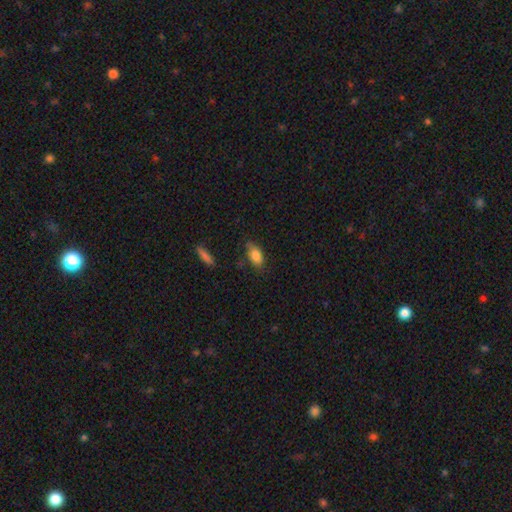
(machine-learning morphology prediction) Q: Smooth or featured?
A: smooth (82%); runner-up: featured or disk (10%)
Q: How rounded?
A: in between (88%); runner-up: cigar-shaped (8%)
Q: Merging?
A: none (67%); runner-up: minor disturbance (25%)